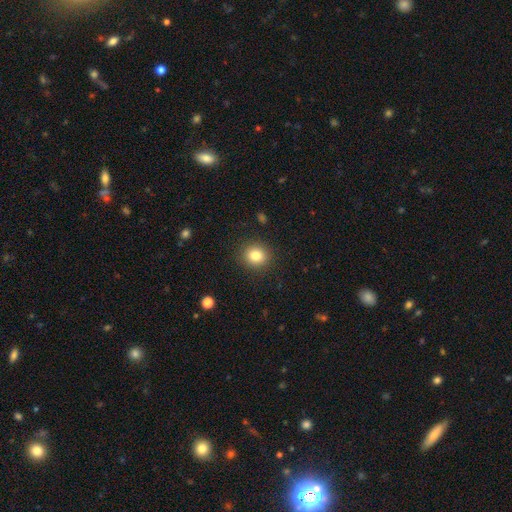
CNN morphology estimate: Smooth or featured?
  - smooth: 83% *
  - star or artifact: 11%
  - featured or disk: 7%
How rounded?
  - round: 85% *
  - in between: 14%
  - cigar-shaped: 1%
Merging?
  - none: 90% *
  - minor disturbance: 7%
  - major disturbance: 3%
  - merger: 1%